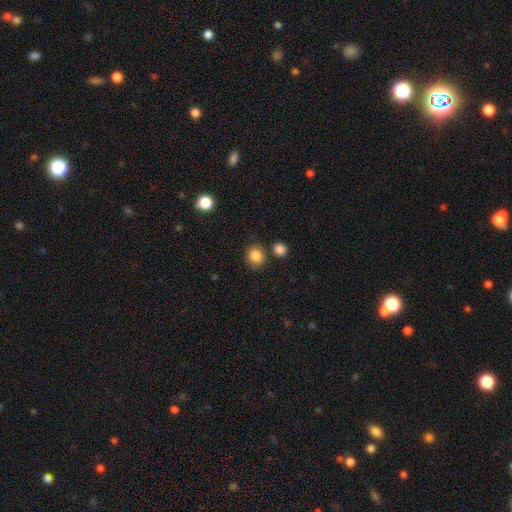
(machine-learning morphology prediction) A smooth galaxy with no disk features (86%) that is round (80%). Merging: none (77%).